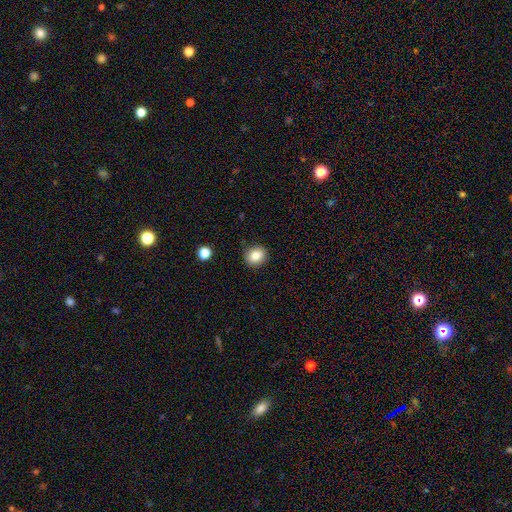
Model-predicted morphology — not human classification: A smooth galaxy with no disk features (84%) that is round (77%).

Vote fractions:
- Smooth or featured? smooth: 84% / star or artifact: 10% / featured or disk: 6%
- How rounded? round: 77% / in between: 22% / cigar-shaped: 1%
- Merging? none: 88% / minor disturbance: 8% / major disturbance: 2% / merger: 1%